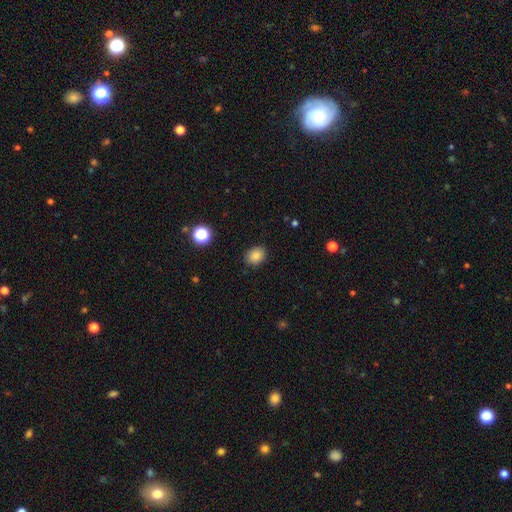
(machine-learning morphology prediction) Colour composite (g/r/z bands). It shows a smooth galaxy with no disk features (84%) that is in between round and cigar-shaped (50%). Merging: none (87%).